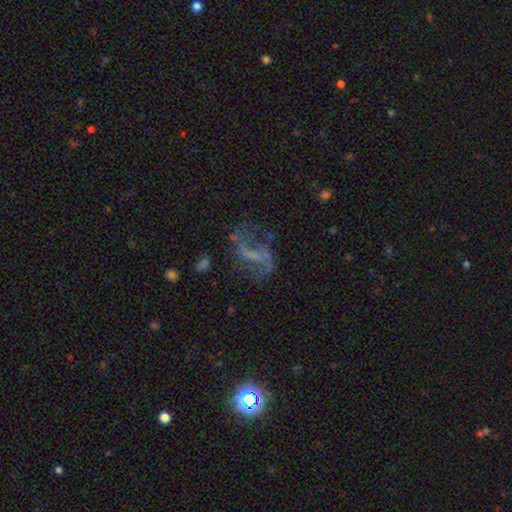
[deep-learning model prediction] Morphology: type=featured or disk (72%); edge-on=no (97%); bar=weak (43%); spiral arms=yes (80%); winding=loose (75%); arm count=2 (86%); bulge=none (58%); merging=none (53%).